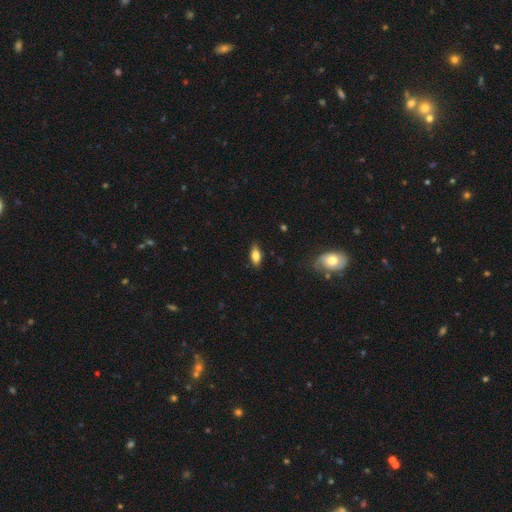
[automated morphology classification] This appears to be a smooth galaxy with no disk features (75%) that is in between round and cigar-shaped (82%). Merging: none (85%).